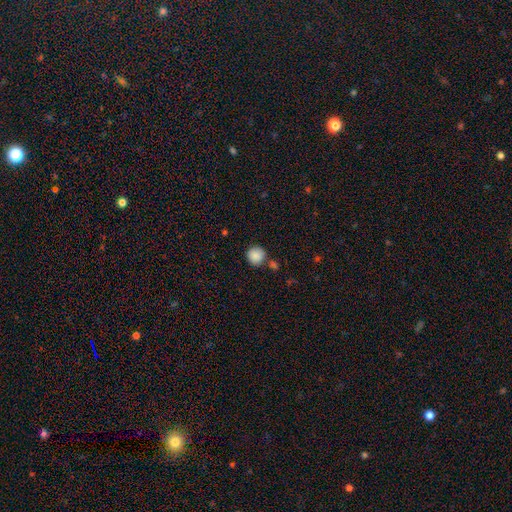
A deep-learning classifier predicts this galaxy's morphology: smooth_or_featured: smooth (p=0.88) [alt: star or artifact p=0.09]
how_rounded: round (p=0.94) [alt: in between p=0.05]
merging: none (p=0.79) [alt: minor disturbance p=0.09]